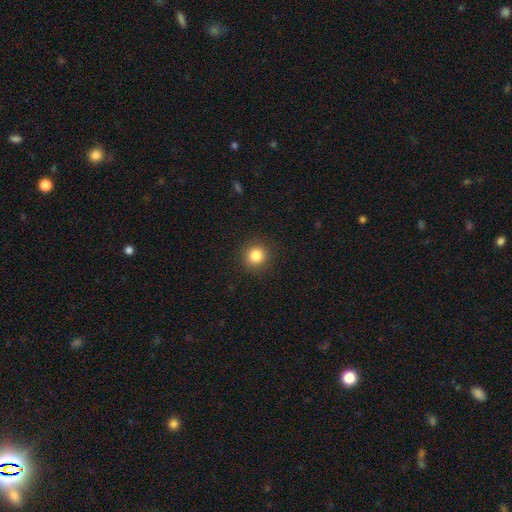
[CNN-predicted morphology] smooth-or-featured: smooth: 84% | star or artifact: 11% | featured or disk: 5%
  how-rounded: round: 91% | in between: 8% | cigar-shaped: 1%
  merging: none: 91% | minor disturbance: 6% | major disturbance: 2% | merger: 1%